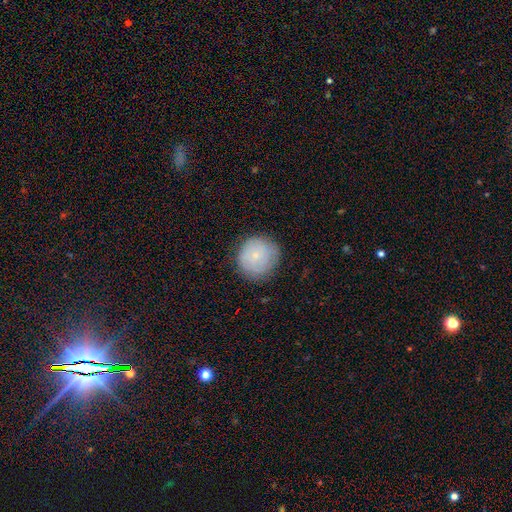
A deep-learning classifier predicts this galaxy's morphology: type=smooth (69%); roundness=round (93%); merging=none (80%).